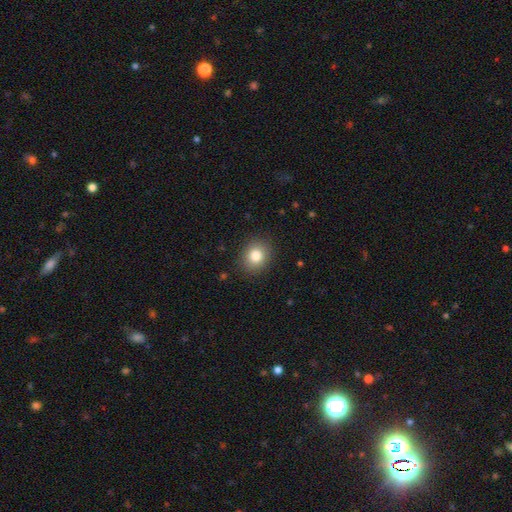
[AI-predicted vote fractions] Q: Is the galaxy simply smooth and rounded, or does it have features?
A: smooth — 82%.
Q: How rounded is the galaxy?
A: round — 72%.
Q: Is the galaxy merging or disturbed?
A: none — 89%.